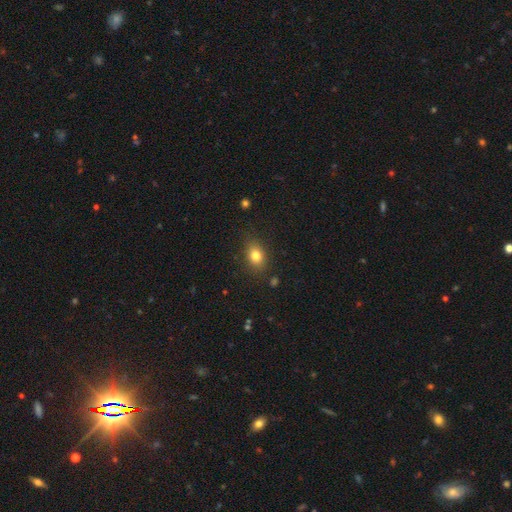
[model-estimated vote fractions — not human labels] This is likely a smooth galaxy (80%). How rounded: likely in between (67%). Merging: clearly none (83%).